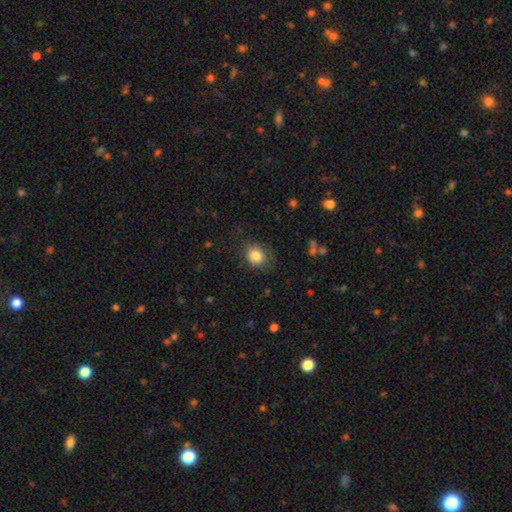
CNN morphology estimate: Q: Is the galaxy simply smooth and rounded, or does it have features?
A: smooth — 84%.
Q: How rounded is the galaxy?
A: round — 65%.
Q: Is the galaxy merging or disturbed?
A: none — 71%.